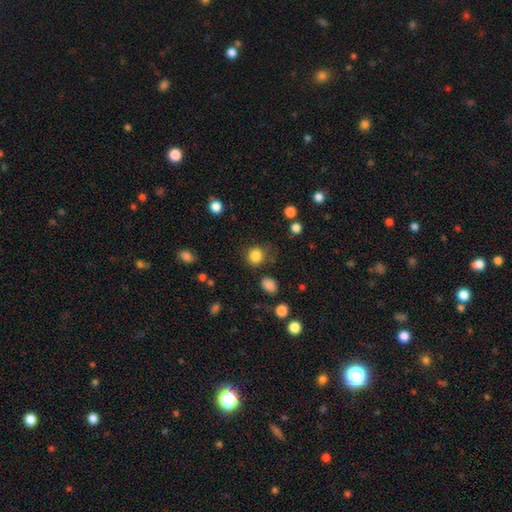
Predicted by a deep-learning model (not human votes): Smooth or featured?
  - smooth: 85% *
  - star or artifact: 11%
  - featured or disk: 4%
How rounded?
  - round: 86% *
  - in between: 13%
  - cigar-shaped: 1%
Merging?
  - none: 78% *
  - minor disturbance: 13%
  - major disturbance: 5%
  - merger: 3%